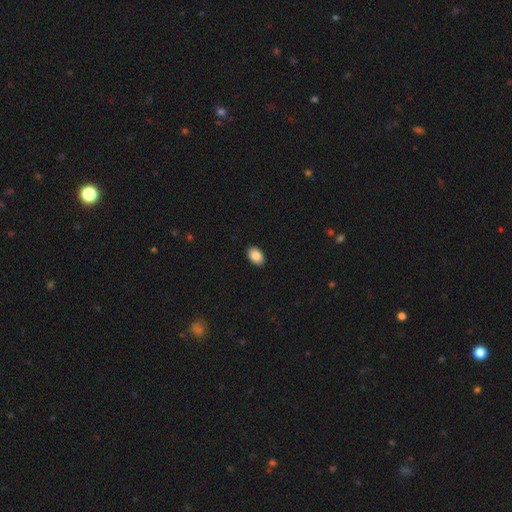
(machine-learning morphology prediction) A smooth galaxy with no disk features (88%) that is in between round and cigar-shaped (89%). Merging: none (90%).